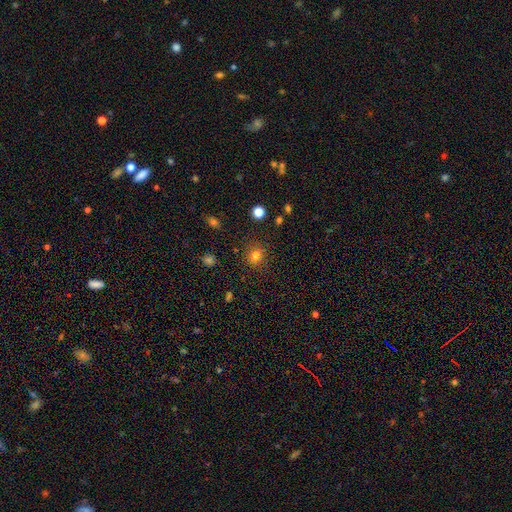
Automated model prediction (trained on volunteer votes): A smooth galaxy with no disk features (78%) that is round (81%).

Vote fractions:
- Smooth or featured? smooth: 78% / star or artifact: 15% / featured or disk: 7%
- How rounded? round: 81% / in between: 18% / cigar-shaped: 1%
- Merging? none: 86% / minor disturbance: 9% / major disturbance: 3% / merger: 2%